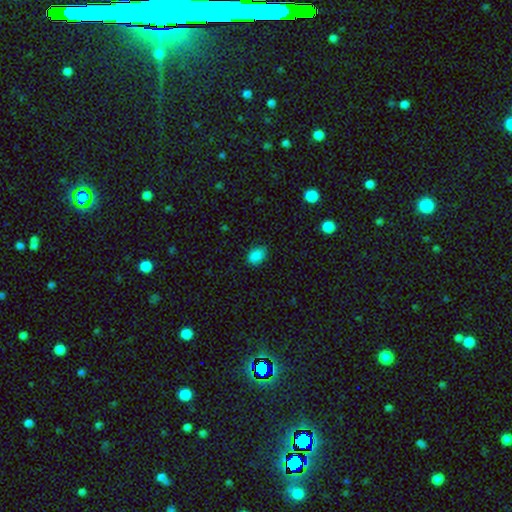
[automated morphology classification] Smooth or featured? smooth (87%)
How rounded? in between (80%)
Merging? none (80%)